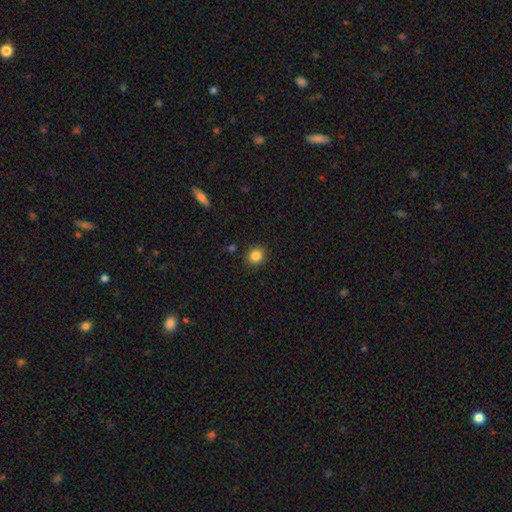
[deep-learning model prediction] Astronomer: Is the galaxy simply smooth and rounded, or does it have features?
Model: smooth — 85%.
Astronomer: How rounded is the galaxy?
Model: round — 87%.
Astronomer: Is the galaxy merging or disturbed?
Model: none — 88%.